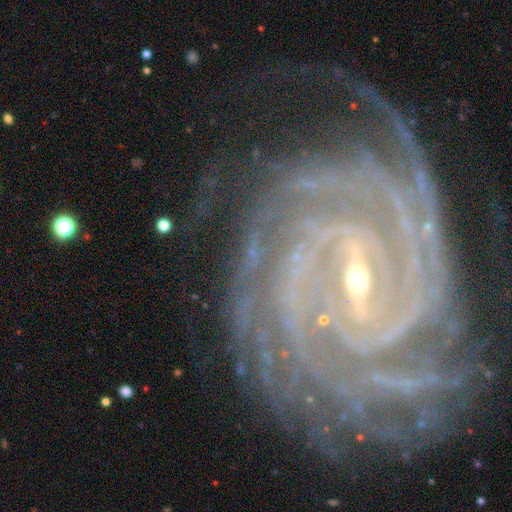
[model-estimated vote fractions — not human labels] A featured or disk galaxy (91%) with a strong bar (55%), more than 4 (21%, tied with 4) tight (81%) spiral arms (99%) and a small central bulge (73%). Merging: none (73%).